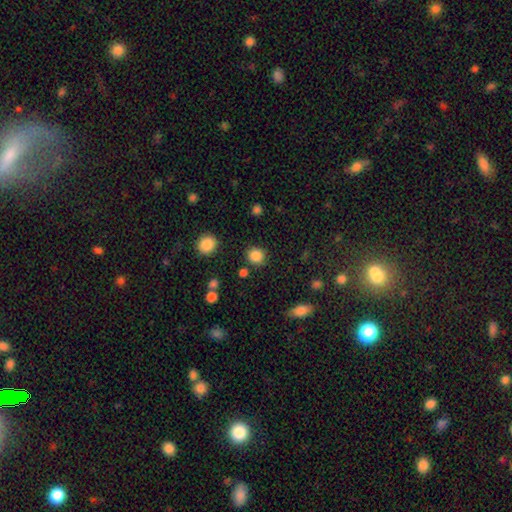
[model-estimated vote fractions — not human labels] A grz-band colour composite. It shows a smooth galaxy with no disk features (85%) that is round (88%). Merging: none (85%).